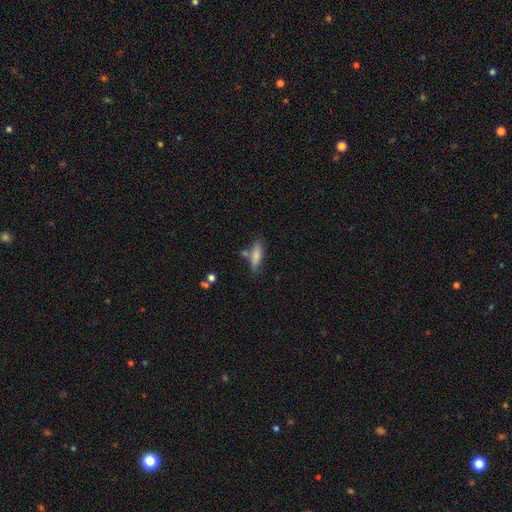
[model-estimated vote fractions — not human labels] This is likely a smooth galaxy (75%). How rounded: possibly cigar-shaped (59%). Merging: likely none (67%).